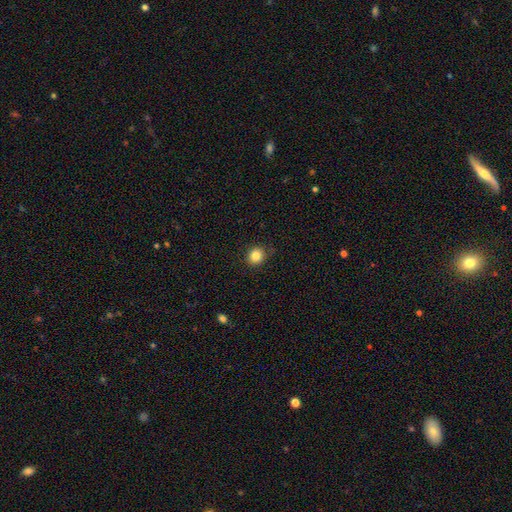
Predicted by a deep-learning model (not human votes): The model was most divided on "how rounded": round: 83%, in between: 16%, cigar-shaped: 1%. More confident: merging — none (87%); smooth or featured — smooth (84%).